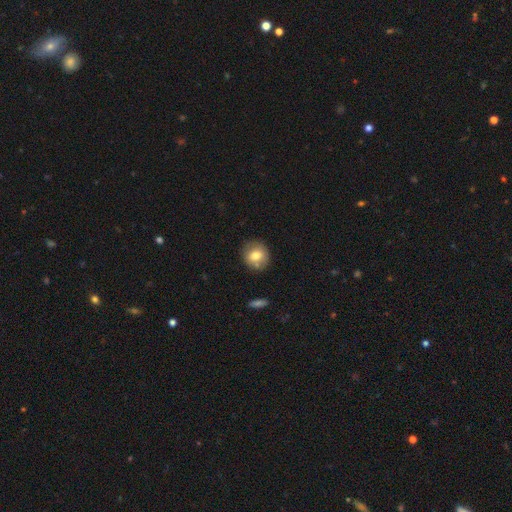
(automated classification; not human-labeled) Smooth or featured: smooth — 75% (featured or disk — 17%)
How rounded: round — 83% (in between — 16%)
Merging: none — 78% (minor disturbance — 14%)